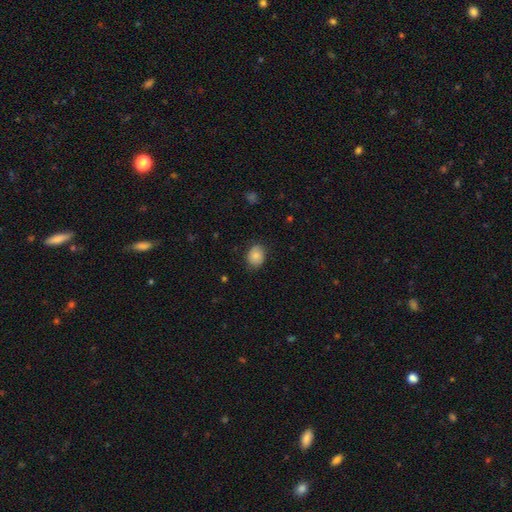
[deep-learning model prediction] A smooth galaxy with no disk features (85%) that is in between round and cigar-shaped (51%). Merging: none (80%).